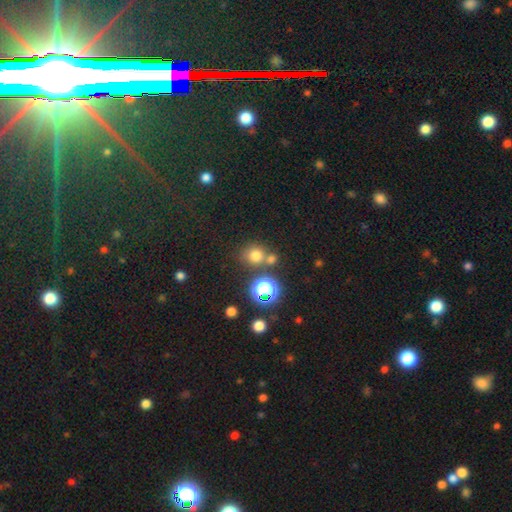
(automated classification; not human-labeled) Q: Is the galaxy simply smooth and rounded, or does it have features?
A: smooth — 71%.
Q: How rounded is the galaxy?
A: round — 84%.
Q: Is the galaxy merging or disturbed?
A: none — 65%.